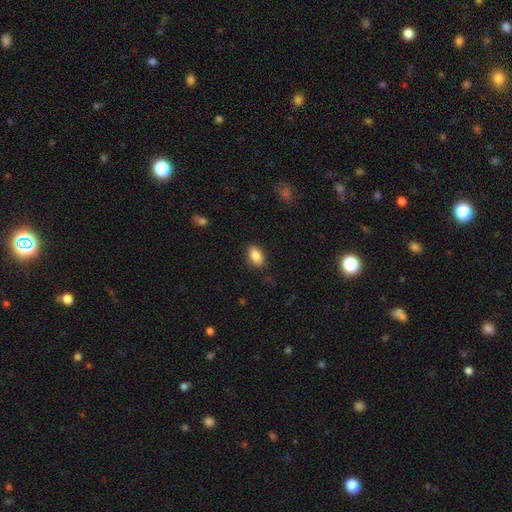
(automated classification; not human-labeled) smooth-or-featured: smooth: 85% | star or artifact: 8% | featured or disk: 7%
  how-rounded: in between: 89% | round: 9% | cigar-shaped: 2%
  merging: none: 85% | minor disturbance: 12% | major disturbance: 3% | merger: 1%